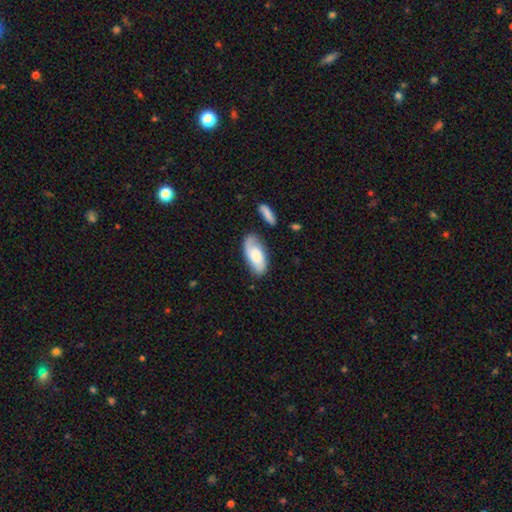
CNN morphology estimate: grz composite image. It shows a smooth galaxy with no disk features (61%) that is in between round and cigar-shaped (92%). Merging: none (66%).